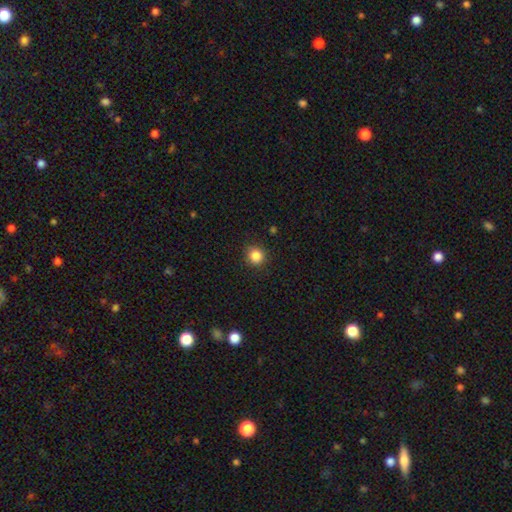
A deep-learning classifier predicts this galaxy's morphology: A smooth galaxy with no disk features (85%) that is round (92%).

Vote fractions:
- Smooth or featured? smooth: 85% / star or artifact: 11% / featured or disk: 4%
- How rounded? round: 92% / in between: 7% / cigar-shaped: 1%
- Merging? none: 88% / minor disturbance: 8% / major disturbance: 2% / merger: 1%